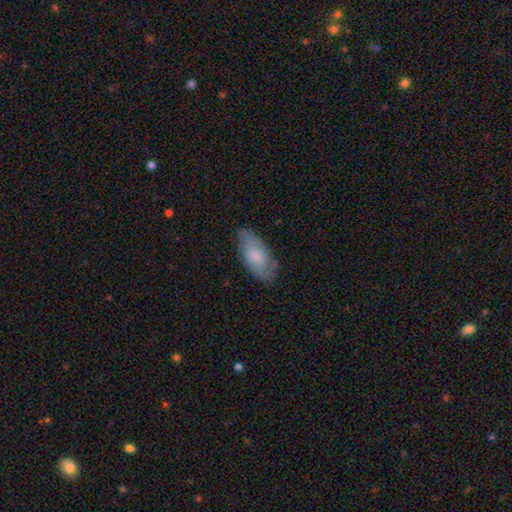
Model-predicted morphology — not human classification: Smooth or featured: smooth — 68% (featured or disk — 26%)
How rounded: in between — 88% (cigar-shaped — 9%)
Merging: none — 74% (minor disturbance — 20%)